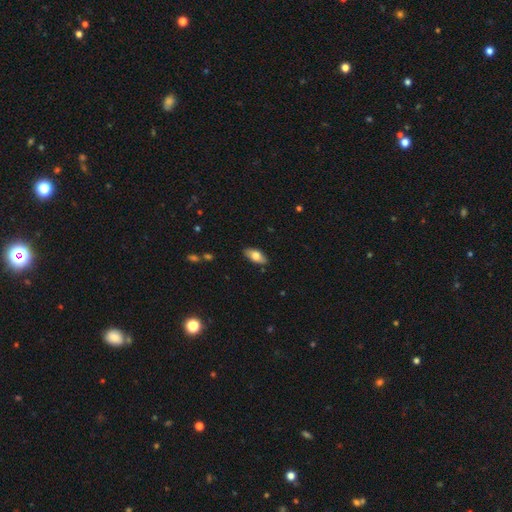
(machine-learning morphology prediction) Smooth or featured? smooth (74%)
How rounded? in between (87%)
Merging? none (87%)